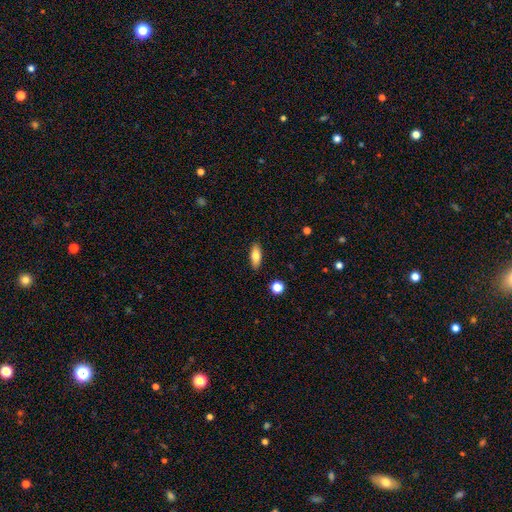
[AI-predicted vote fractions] Smooth or featured? Predicted: smooth (p=0.78). How rounded? Predicted: in between (p=0.76). Merging? Predicted: none (p=0.88).